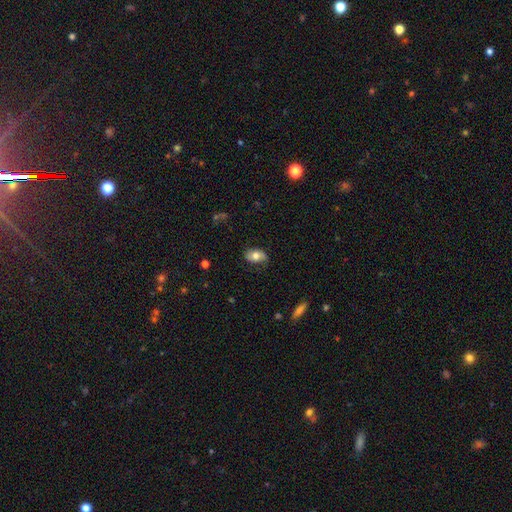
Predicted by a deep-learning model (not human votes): Smooth or featured: smooth — 55% (featured or disk — 37%)
How rounded: in between — 86% (round — 12%)
Merging: none — 70% (minor disturbance — 22%)